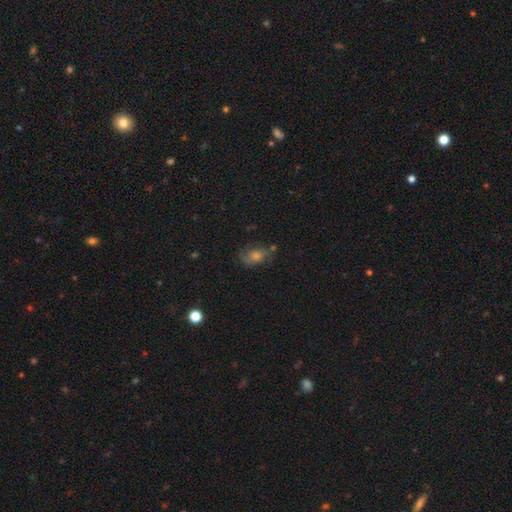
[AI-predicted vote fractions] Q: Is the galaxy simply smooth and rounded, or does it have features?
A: featured or disk — 41%.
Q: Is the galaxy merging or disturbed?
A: none — 61%.